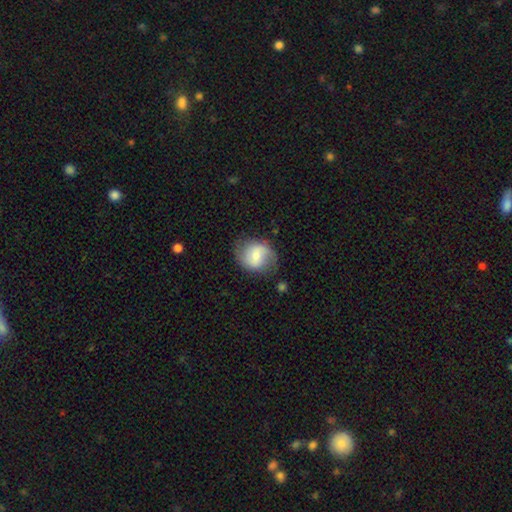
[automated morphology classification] type=featured or disk (52%); edge-on=no (97%); bar=weak (51%); spiral arms=yes (82%); bulge=moderate (46%); merging=none (67%).